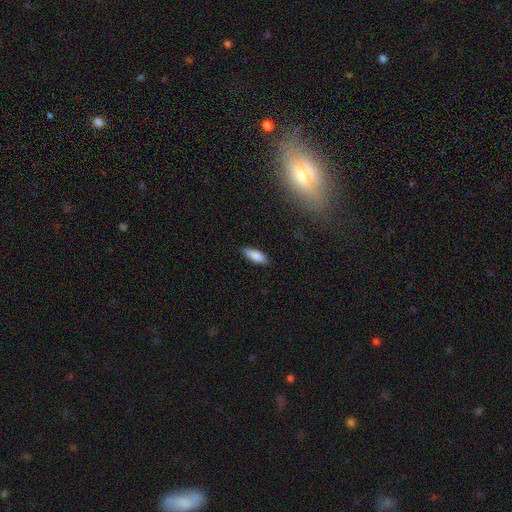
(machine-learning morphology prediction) type=smooth (85%); roundness=in between (64%); merging=none (85%).